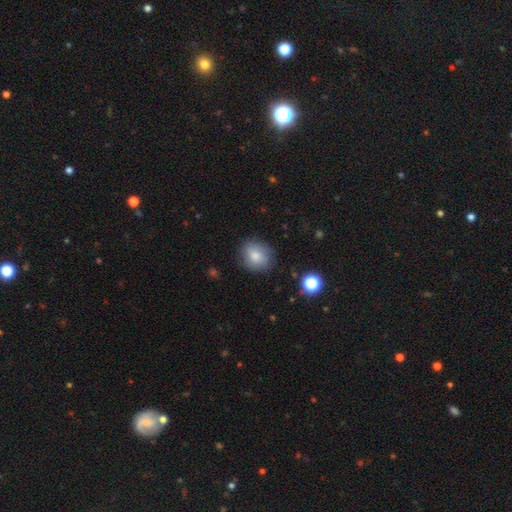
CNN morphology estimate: Smooth or featured: smooth — 80% (featured or disk — 11%)
How rounded: round — 66% (in between — 33%)
Merging: none — 82% (minor disturbance — 13%)